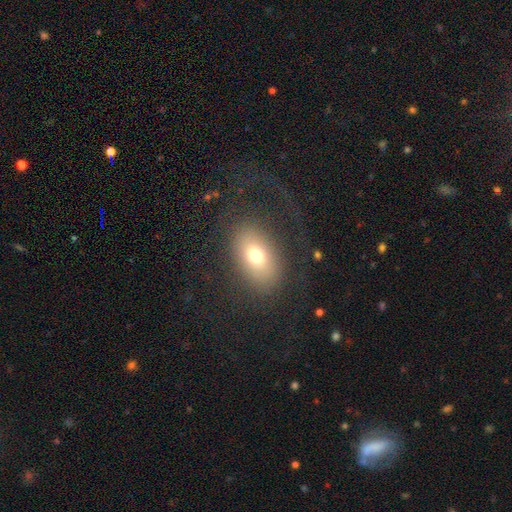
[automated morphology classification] Smooth or featured: smooth — 70% (featured or disk — 17%)
How rounded: in between — 79% (round — 19%)
Merging: none — 76% (major disturbance — 11%)